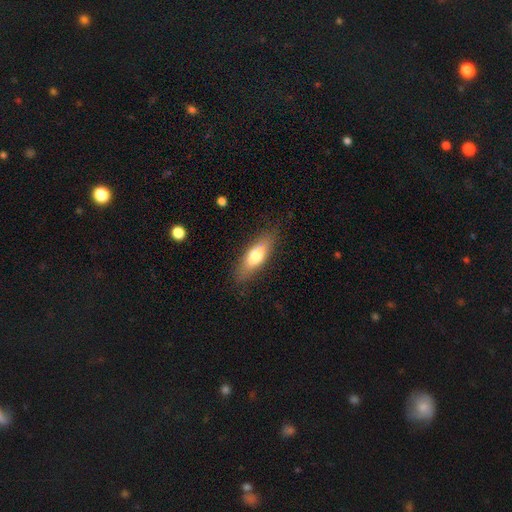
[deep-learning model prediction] The model was most divided on "how rounded": in between: 60%, cigar-shaped: 37%, round: 3%. More confident: merging — none (82%); smooth or featured — smooth (69%).